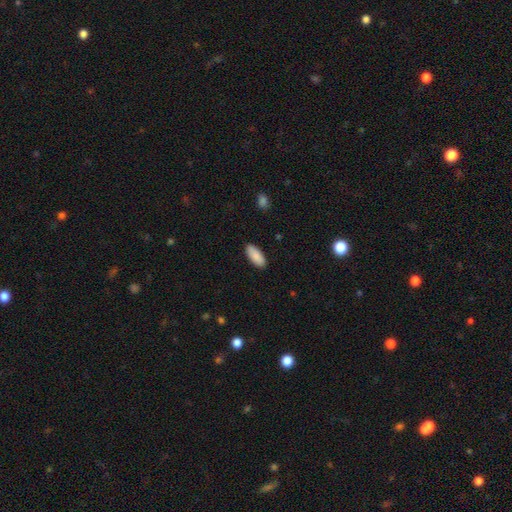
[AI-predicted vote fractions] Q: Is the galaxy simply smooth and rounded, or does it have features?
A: smooth — 90%.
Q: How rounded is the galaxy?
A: in between — 86%.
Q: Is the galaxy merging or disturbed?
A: none — 90%.